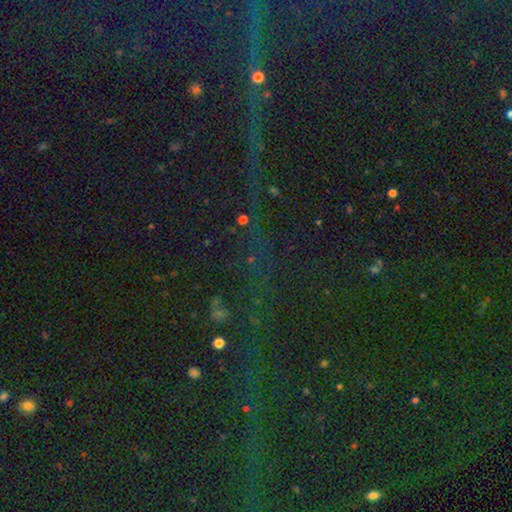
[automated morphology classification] A star or artifact, not a galaxy (84%).

Vote fractions:
- Smooth or featured? star or artifact: 84% / smooth: 9% / featured or disk: 7%